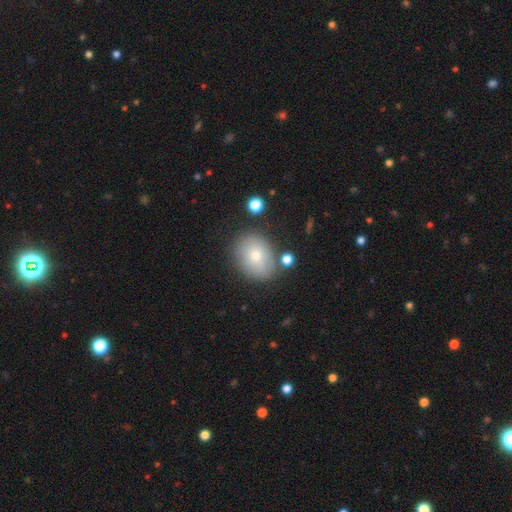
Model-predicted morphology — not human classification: This is likely a smooth galaxy (69%). How rounded: possibly round (51%). Merging: likely none (76%).